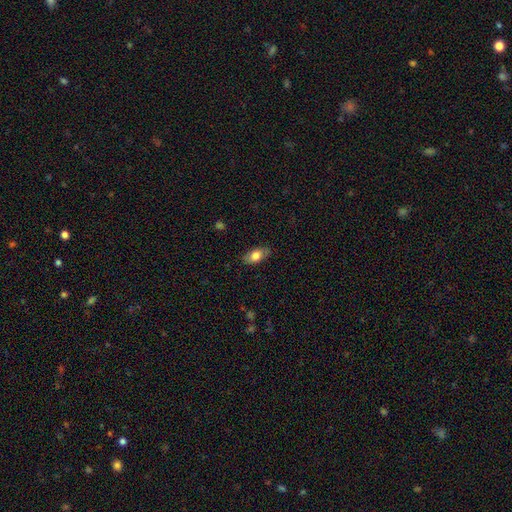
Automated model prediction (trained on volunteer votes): The model was most divided on "smooth or featured": smooth: 74%, featured or disk: 19%, star or artifact: 7%. More confident: how rounded — in between (89%); merging — none (82%).